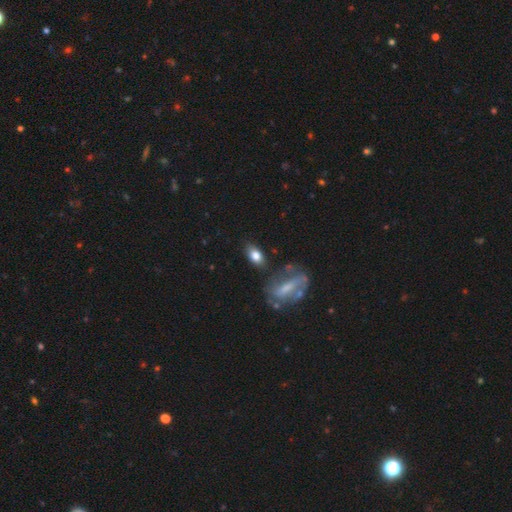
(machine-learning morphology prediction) Overall: smooth (79%). How rounded: in between (86%). Merging: none (73%).